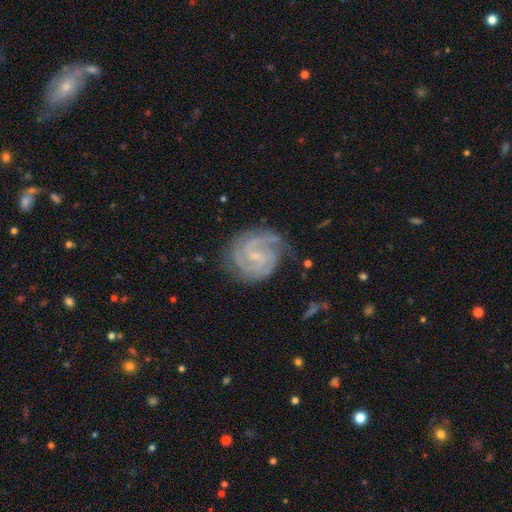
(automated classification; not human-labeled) This is clearly a featured or disk galaxy (91%). It is clearly not viewed edge-on (98%). Bar: possibly weak (50%). Spiral arm pattern: clearly yes (98%). Spiral arm count: likely 2 (61%). Spiral winding: likely tight (66%). Central bulge: likely small (71%). Merging: likely none (75%).